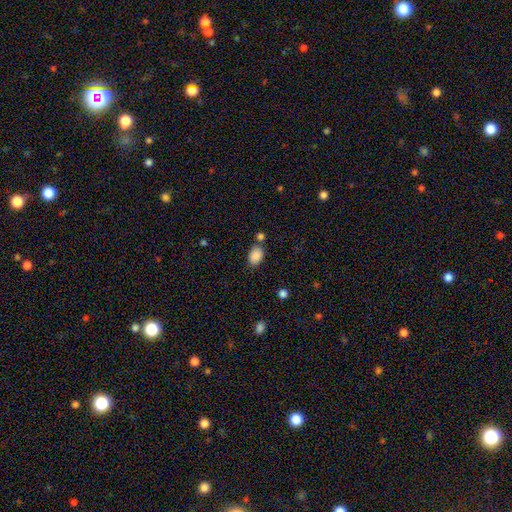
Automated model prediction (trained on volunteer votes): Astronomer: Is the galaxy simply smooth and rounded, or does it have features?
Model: smooth — 88%.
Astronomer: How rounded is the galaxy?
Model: in between — 83%.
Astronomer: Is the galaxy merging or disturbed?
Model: none — 70%.